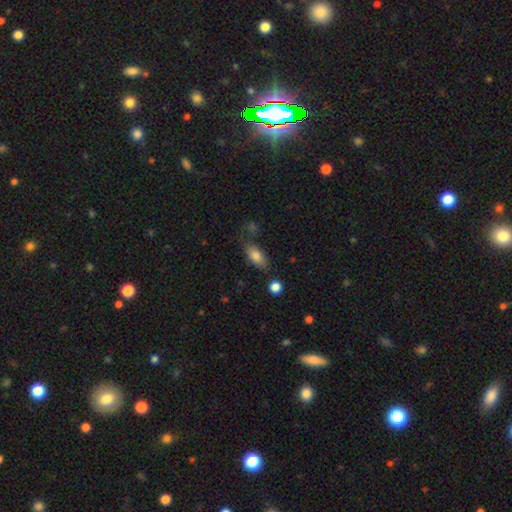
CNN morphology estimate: Smooth or featured?
  - smooth: 81% *
  - featured or disk: 12%
  - star or artifact: 8%
How rounded?
  - in between: 87% *
  - cigar-shaped: 9%
  - round: 4%
Merging?
  - none: 66% *
  - minor disturbance: 20%
  - major disturbance: 7%
  - merger: 6%